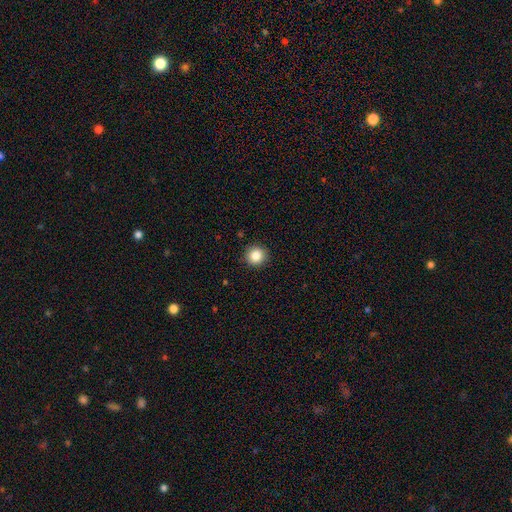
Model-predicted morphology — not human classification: A smooth galaxy with no disk features (85%) that is round (93%).

Vote fractions:
- Smooth or featured? smooth: 85% / star or artifact: 10% / featured or disk: 5%
- How rounded? round: 93% / in between: 6% / cigar-shaped: 1%
- Merging? none: 92% / minor disturbance: 6% / major disturbance: 2% / merger: 1%